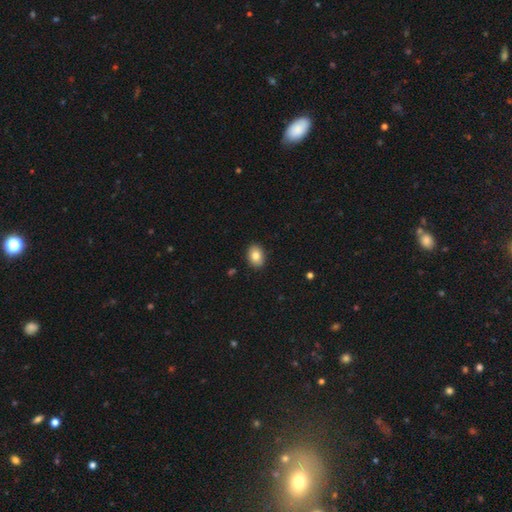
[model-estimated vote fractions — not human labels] Q: Smooth or featured?
A: smooth (83%); runner-up: featured or disk (9%)
Q: How rounded?
A: in between (74%); runner-up: round (25%)
Q: Merging?
A: none (89%); runner-up: minor disturbance (8%)